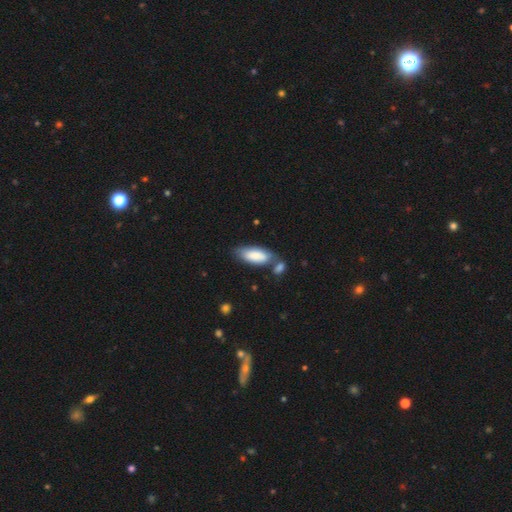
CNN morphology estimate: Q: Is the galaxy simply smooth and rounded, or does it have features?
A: smooth — 83%.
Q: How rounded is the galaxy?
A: in between — 83%.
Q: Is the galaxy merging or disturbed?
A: none — 49%.